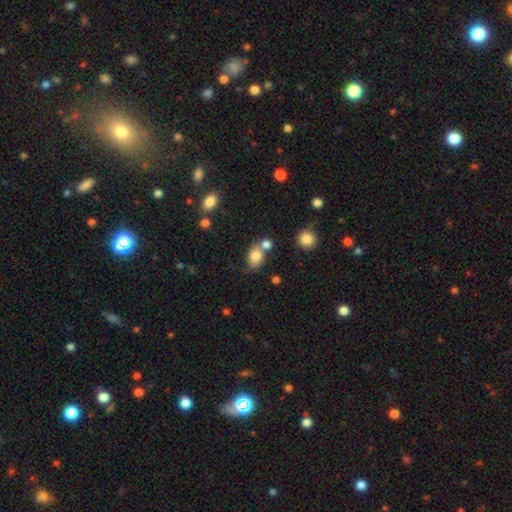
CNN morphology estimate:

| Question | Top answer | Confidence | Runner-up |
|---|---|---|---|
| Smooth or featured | smooth | 78% | featured or disk (12%) |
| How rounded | in between | 65% | round (33%) |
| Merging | none | 46% | merger (31%) |